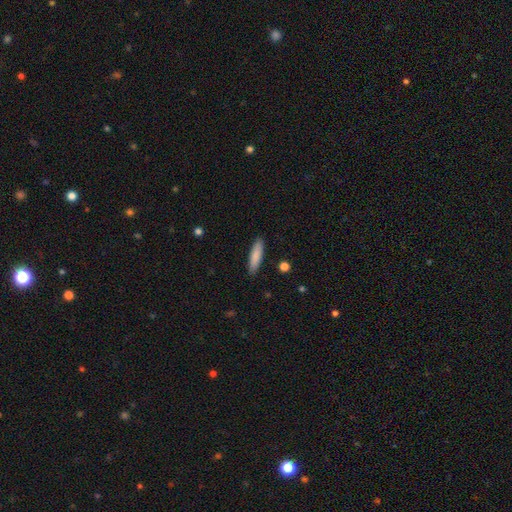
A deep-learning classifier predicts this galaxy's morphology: Overall: smooth (84%). How rounded: cigar-shaped (75%). Merging: none (89%).